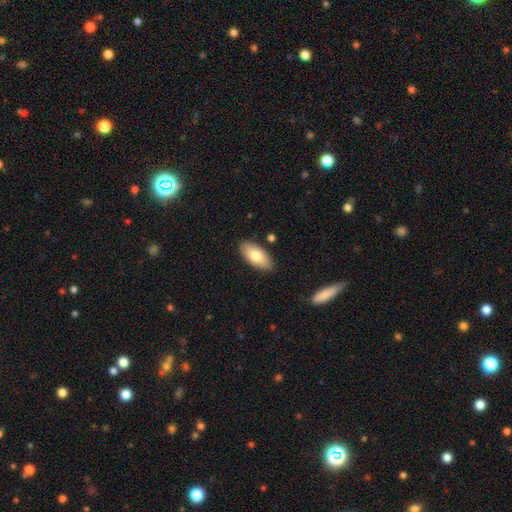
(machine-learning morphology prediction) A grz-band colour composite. It shows a smooth galaxy with no disk features (78%) that is in between round and cigar-shaped (92%). Merging: none (85%).